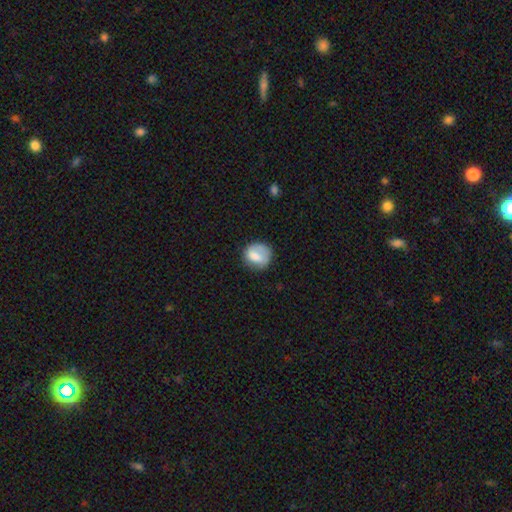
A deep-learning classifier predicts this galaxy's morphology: type=smooth (73%); roundness=round (71%); merging=none (63%).